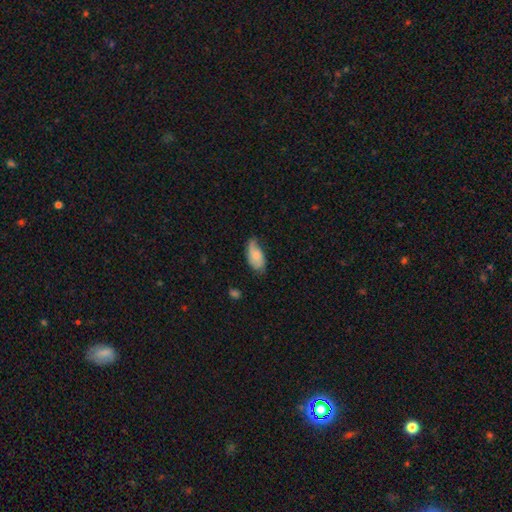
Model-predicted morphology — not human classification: A smooth galaxy with no disk features (60%) that is in between round and cigar-shaped (92%).

Vote fractions:
- Smooth or featured? smooth: 60% / featured or disk: 33% / star or artifact: 7%
- How rounded? in between: 92% / cigar-shaped: 5% / round: 3%
- Merging? none: 55% / minor disturbance: 34% / major disturbance: 10% / merger: 2%